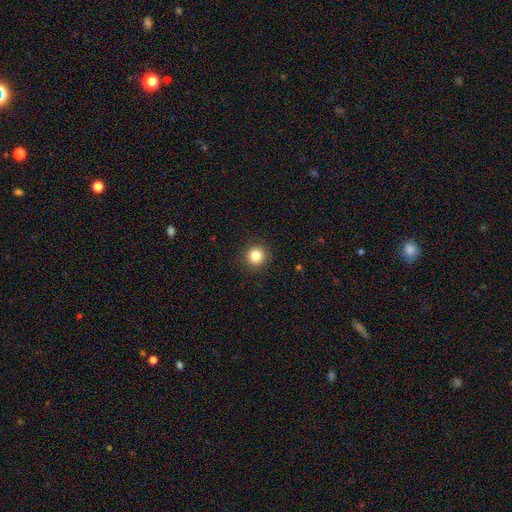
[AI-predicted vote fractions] Overall: smooth (84%). How rounded: round (95%). Merging: none (92%).